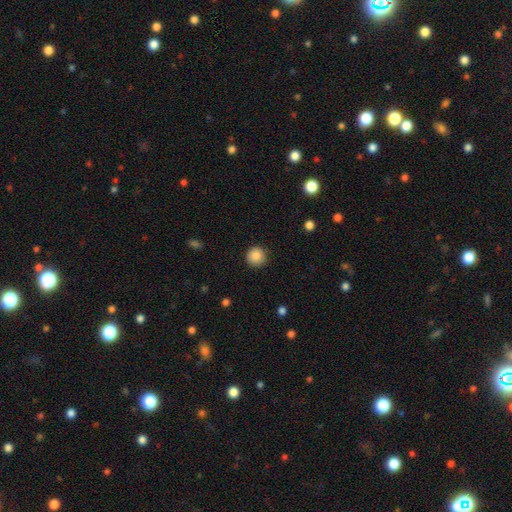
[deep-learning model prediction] smooth 87%, star or artifact 9%, featured or disk 4%. Down the decision tree: how rounded — round (94%); merging — none (90%).